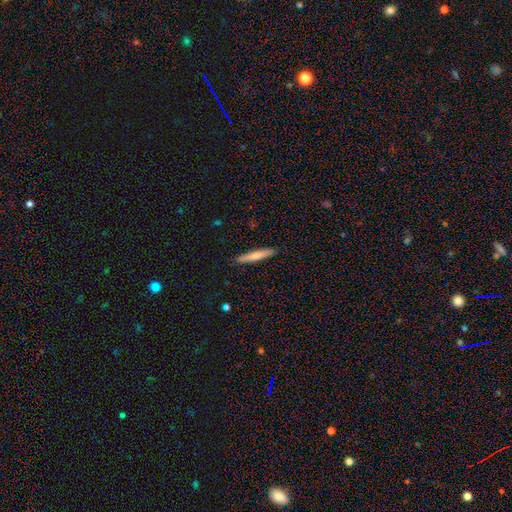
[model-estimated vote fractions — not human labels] smooth-or-featured: smooth: 66% | featured or disk: 28% | star or artifact: 6%
  how-rounded: cigar-shaped: 93% | in between: 6% | round: 1%
  merging: none: 90% | minor disturbance: 7% | major disturbance: 1% | merger: 1%